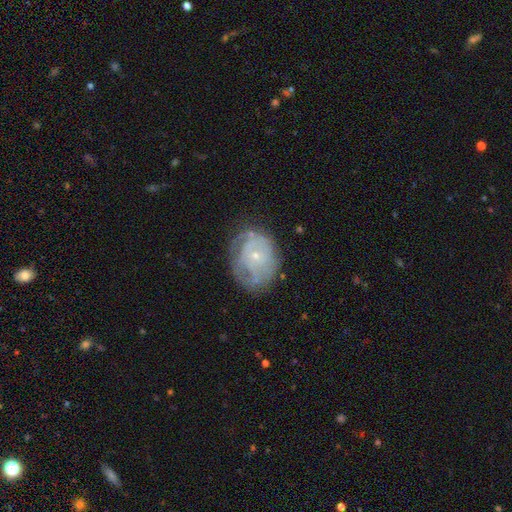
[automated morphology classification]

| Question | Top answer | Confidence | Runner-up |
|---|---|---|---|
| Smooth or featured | featured or disk | 65% | smooth (27%) |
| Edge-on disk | no | 97% | yes (3%) |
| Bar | no | 84% | weak (14%) |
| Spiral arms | yes | 65% | no (35%) |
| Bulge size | small | 79% | moderate (16%) |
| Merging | none | 56% | minor disturbance (27%) |